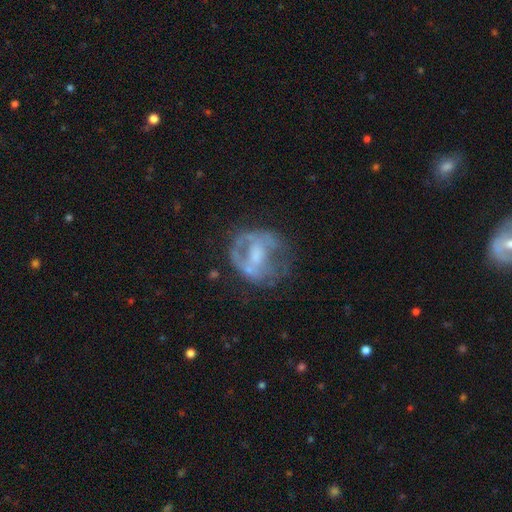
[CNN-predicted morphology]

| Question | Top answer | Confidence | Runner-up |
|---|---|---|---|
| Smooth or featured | featured or disk | 64% | smooth (25%) |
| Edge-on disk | no | 97% | yes (3%) |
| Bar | no | 62% | weak (29%) |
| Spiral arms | no | 64% | yes (36%) |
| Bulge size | moderate | 40% | small (27%) |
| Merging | none | 48% | major disturbance (26%) |